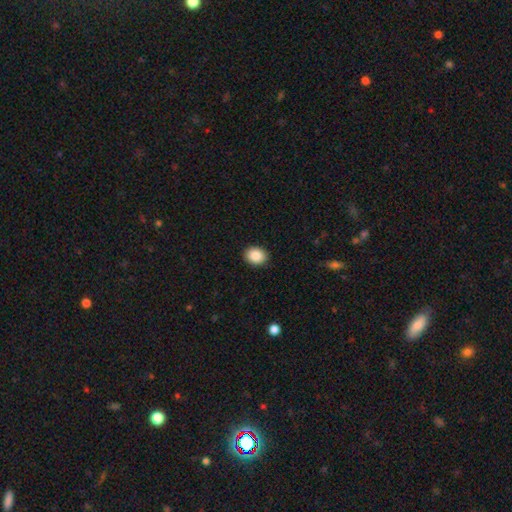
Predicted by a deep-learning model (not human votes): Smooth or featured?
  - smooth: 88% *
  - star or artifact: 8%
  - featured or disk: 3%
How rounded?
  - round: 50% *
  - in between: 49%
  - cigar-shaped: 1%
Merging?
  - none: 91% *
  - minor disturbance: 6%
  - major disturbance: 2%
  - merger: 1%